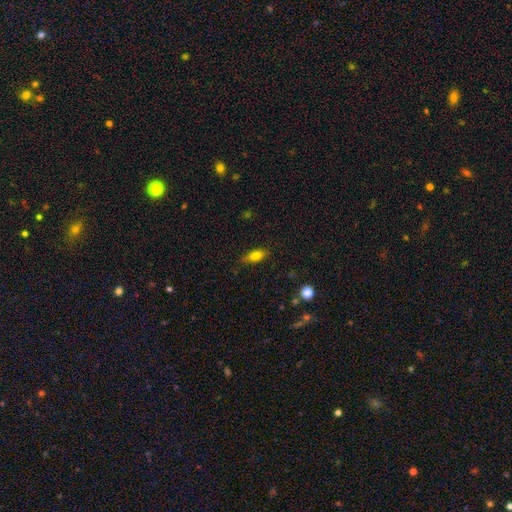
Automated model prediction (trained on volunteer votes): Q: Smooth or featured?
A: smooth (75%); runner-up: featured or disk (16%)
Q: How rounded?
A: in between (75%); runner-up: cigar-shaped (20%)
Q: Merging?
A: none (81%); runner-up: minor disturbance (14%)